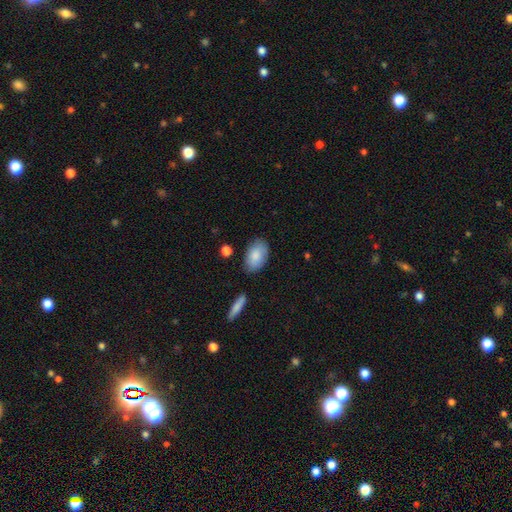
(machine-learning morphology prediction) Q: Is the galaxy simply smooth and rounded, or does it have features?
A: smooth — 85%.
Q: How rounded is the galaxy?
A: in between — 93%.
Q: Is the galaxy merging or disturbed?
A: none — 80%.